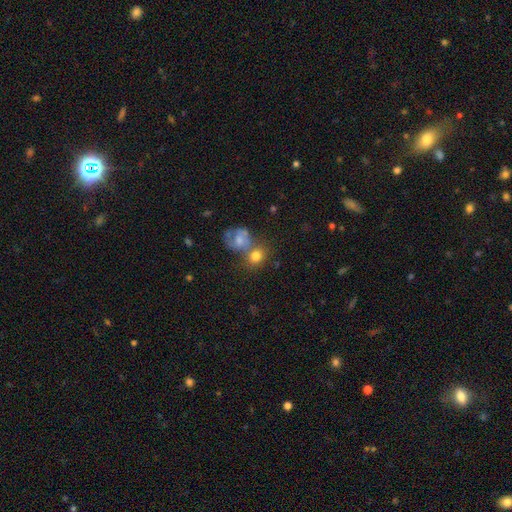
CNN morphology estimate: type=smooth (74%); roundness=round (62%); merging=none (42%).